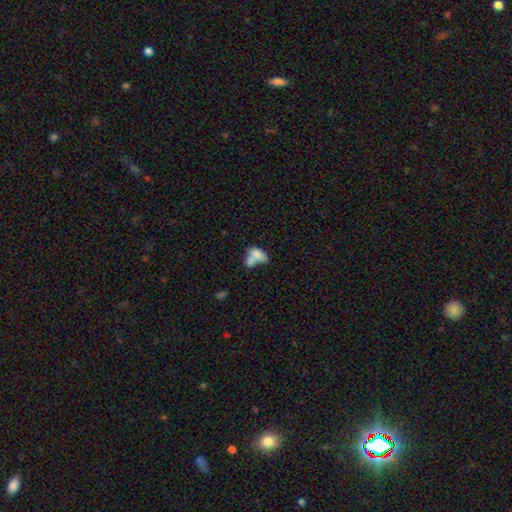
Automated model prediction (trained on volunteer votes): Smooth or featured? smooth (72%)
How rounded? in between (85%)
Merging? merger (62%)